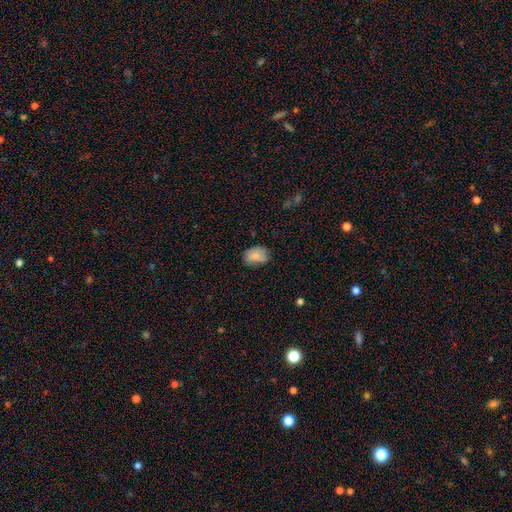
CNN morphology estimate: Overall: smooth (83%). How rounded: in between (76%). Merging: none (66%; minor disturbance 27%).